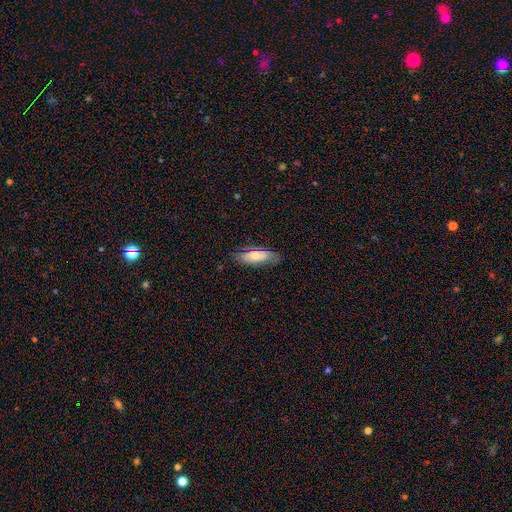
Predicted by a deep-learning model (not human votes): This appears to be a smooth galaxy with no disk features (64%) that is in between round and cigar-shaped (63%). Merging: none (73%).